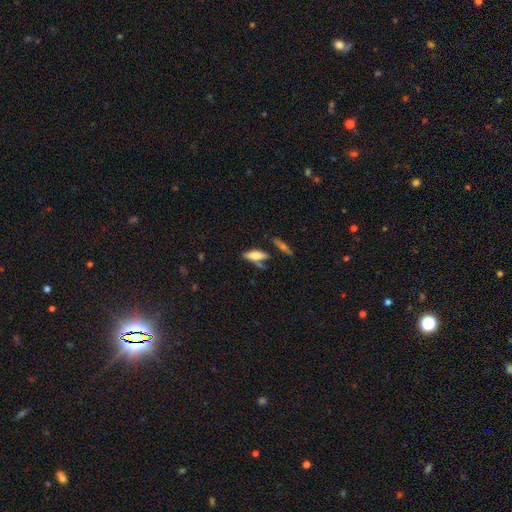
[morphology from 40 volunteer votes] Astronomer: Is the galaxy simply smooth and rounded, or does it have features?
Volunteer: smooth — 68%.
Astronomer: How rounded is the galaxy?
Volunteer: in between — 74%.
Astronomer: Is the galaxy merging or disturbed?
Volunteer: none — 62%.